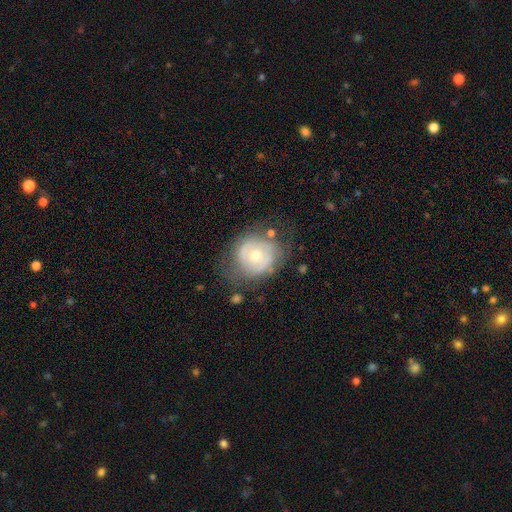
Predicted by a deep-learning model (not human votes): This appears to be a featured or disk galaxy (58%) with no bar (77%), spiral arms (58%) and a moderate central bulge (58%). Merging: none (58%).